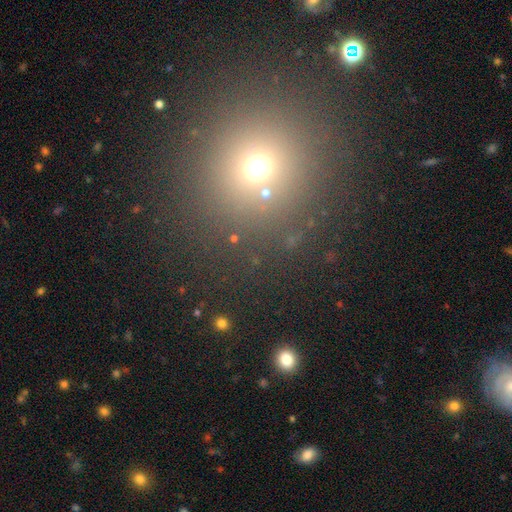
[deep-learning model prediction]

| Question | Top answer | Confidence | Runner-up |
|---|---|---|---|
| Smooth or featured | smooth | 52% | star or artifact (39%) |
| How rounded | round | 91% | in between (8%) |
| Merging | none | 83% | minor disturbance (7%) |